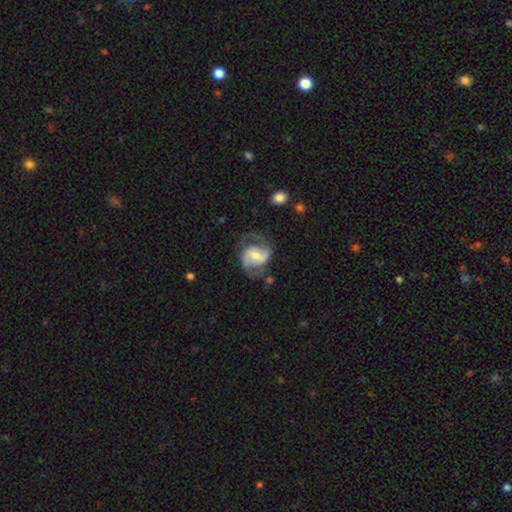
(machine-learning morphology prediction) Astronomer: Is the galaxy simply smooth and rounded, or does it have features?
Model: featured or disk — 83%.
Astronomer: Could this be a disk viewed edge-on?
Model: no — 98%.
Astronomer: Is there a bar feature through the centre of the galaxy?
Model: weak — 48% (runner-up: no, 26%).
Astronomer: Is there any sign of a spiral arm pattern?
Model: yes — 94%.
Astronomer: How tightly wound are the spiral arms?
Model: medium — 54%.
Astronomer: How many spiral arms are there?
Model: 2 — 87%.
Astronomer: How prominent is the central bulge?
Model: moderate — 48% (runner-up: small, 38%).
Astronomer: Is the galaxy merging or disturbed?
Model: none — 62%.